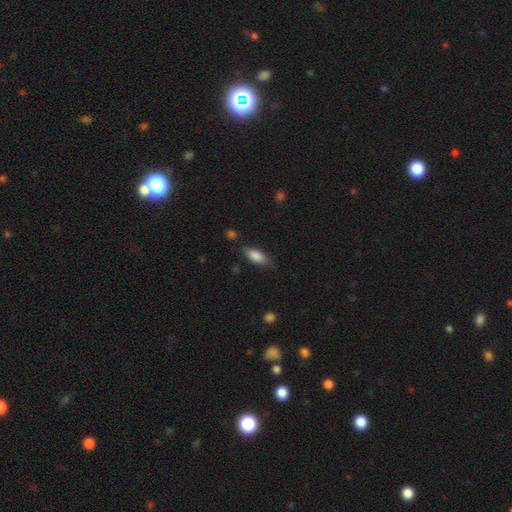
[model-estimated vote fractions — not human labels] Q: Smooth or featured?
A: smooth (83%); runner-up: featured or disk (10%)
Q: How rounded?
A: in between (81%); runner-up: cigar-shaped (16%)
Q: Merging?
A: none (72%); runner-up: minor disturbance (20%)